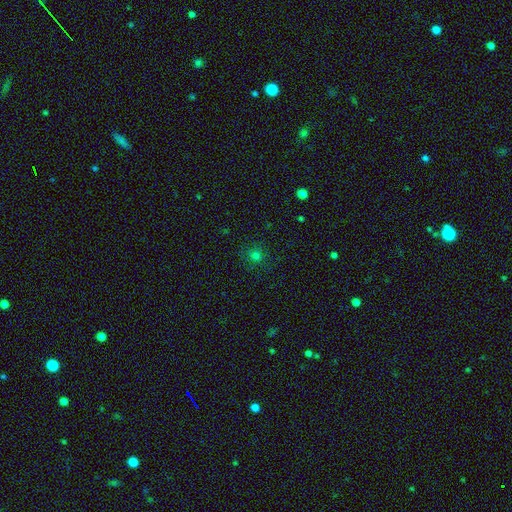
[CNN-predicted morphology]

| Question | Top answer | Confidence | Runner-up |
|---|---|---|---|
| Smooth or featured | smooth | 75% | star or artifact (20%) |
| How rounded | round | 90% | in between (9%) |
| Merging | none | 86% | minor disturbance (9%) |